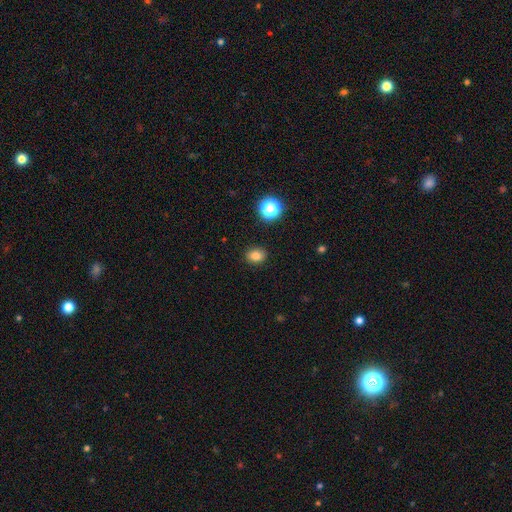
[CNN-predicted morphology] Smooth or featured: smooth — 81% (star or artifact — 14%)
How rounded: in between — 50% (round — 49%)
Merging: none — 88% (minor disturbance — 8%)